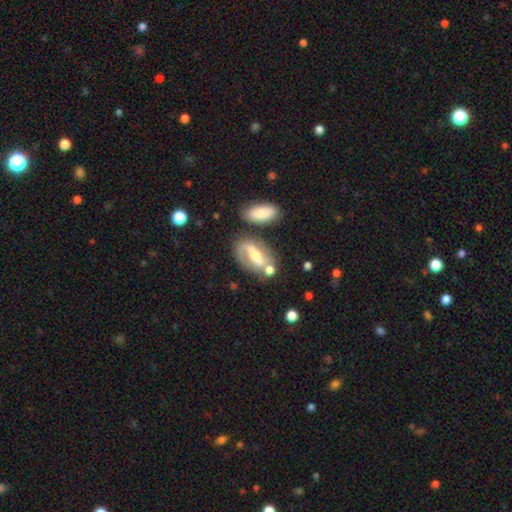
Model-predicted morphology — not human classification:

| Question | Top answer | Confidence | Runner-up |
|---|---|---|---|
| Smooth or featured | featured or disk | 66% | smooth (27%) |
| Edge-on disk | no | 90% | yes (10%) |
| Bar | strong | 48% | weak (31%) |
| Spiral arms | yes | 76% | no (24%) |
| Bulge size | moderate | 51% | small (34%) |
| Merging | none | 60% | minor disturbance (17%) |